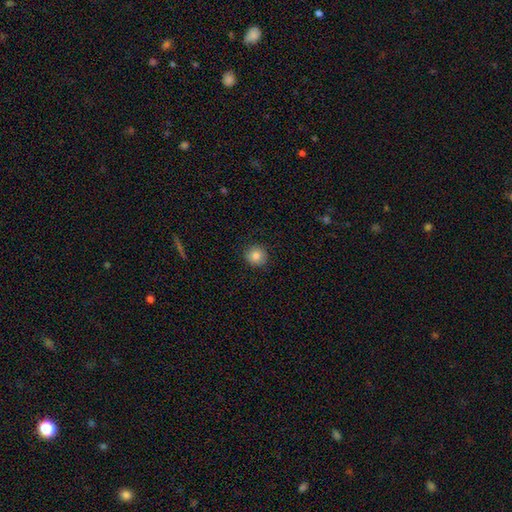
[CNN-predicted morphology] The model was most divided on "smooth or featured": smooth: 84%, star or artifact: 9%, featured or disk: 7%. More confident: how rounded — round (91%); merging — none (89%).